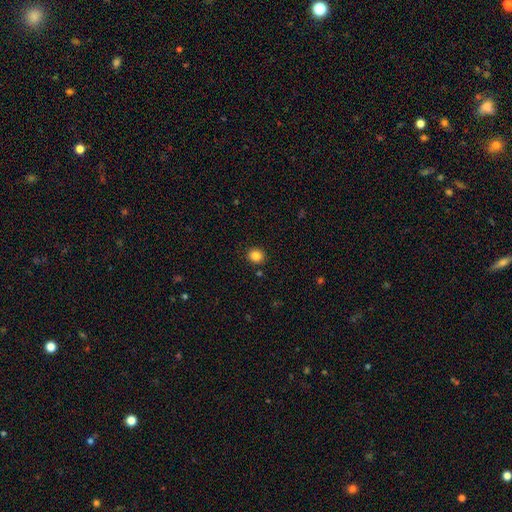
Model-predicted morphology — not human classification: This appears to be a smooth galaxy with no disk features (85%) that is round (82%). Merging: none (90%).